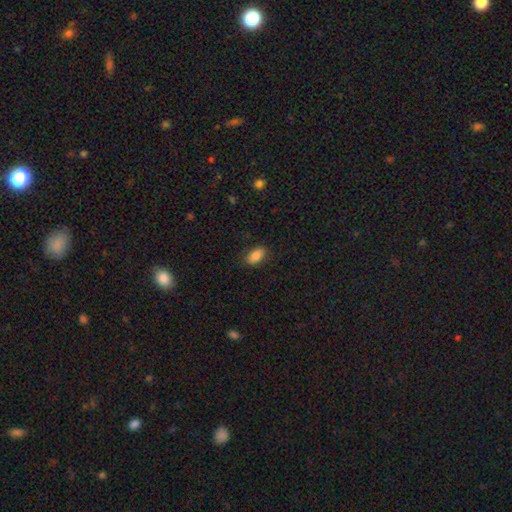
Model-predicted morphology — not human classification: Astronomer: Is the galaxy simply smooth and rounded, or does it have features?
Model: smooth — 86%.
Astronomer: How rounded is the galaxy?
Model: in between — 90%.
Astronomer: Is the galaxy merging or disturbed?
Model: none — 85%.